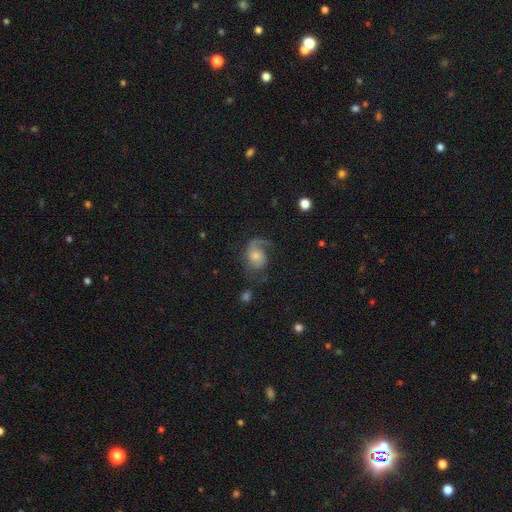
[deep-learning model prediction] smooth_or_featured: featured or disk (p=0.68) [alt: smooth p=0.24]
disk_edge_on: no (p=0.97) [alt: yes p=0.03]
bar: no (p=0.73) [alt: weak p=0.24]
has_spiral_arms: yes (p=0.91) [alt: no p=0.09]
spiral_winding: loose (p=0.41) [alt: medium p=0.40]
spiral_arm_count: 1 (p=0.64) [alt: 2 p=0.27]
bulge_size: moderate (p=0.47) [alt: small p=0.32]
merging: none (p=0.46) [alt: major disturbance p=0.31]